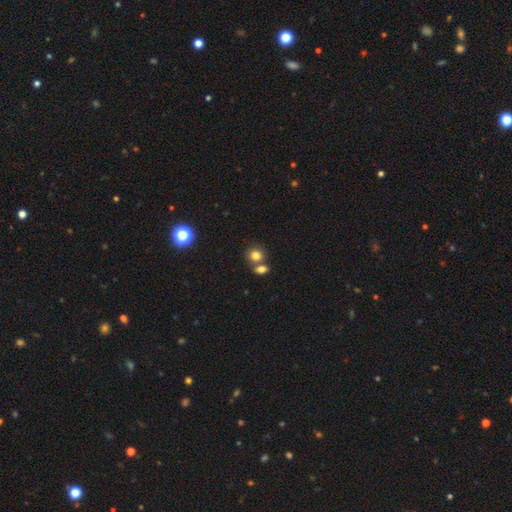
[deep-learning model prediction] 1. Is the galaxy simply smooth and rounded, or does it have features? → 80% smooth, 12% star or artifact, 8% featured or disk.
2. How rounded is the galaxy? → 74% round, 25% in between, 1% cigar-shaped.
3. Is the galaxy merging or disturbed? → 53% none, 36% merger, 8% minor disturbance, 3% major disturbance.